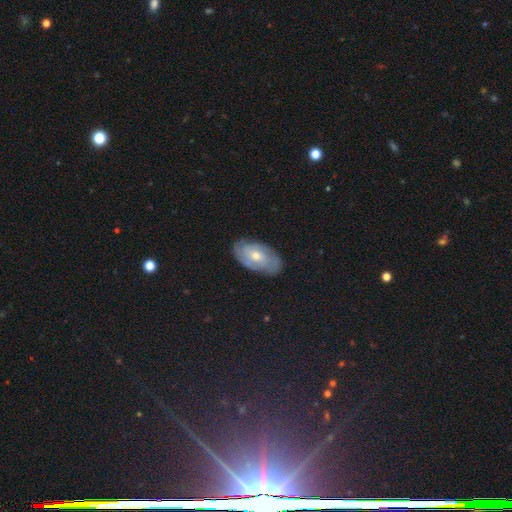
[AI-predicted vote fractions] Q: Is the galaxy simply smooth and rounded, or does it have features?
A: featured or disk — 66%.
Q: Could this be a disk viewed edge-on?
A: no — 93%.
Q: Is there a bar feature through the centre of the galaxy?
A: no — 71%.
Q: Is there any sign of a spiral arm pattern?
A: yes — 84%.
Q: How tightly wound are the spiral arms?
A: tight — 69%.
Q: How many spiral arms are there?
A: can't tell — 49%.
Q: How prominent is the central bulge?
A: moderate — 59%.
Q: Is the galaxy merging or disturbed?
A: none — 81%.